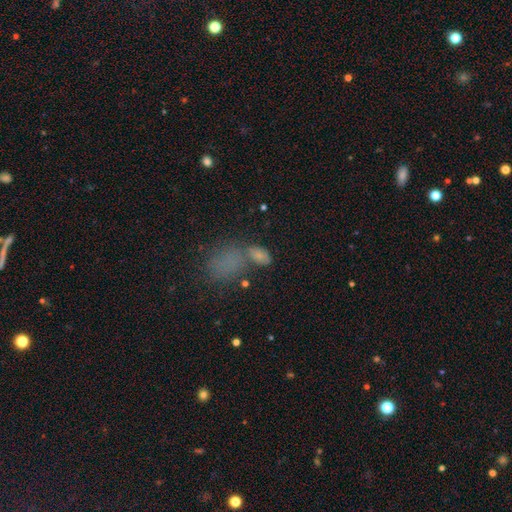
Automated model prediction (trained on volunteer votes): The model was most divided on "merging": merger: 36%, none: 34%, major disturbance: 15%, minor disturbance: 15%. More confident: how rounded — in between (82%); smooth or featured — smooth (64%).